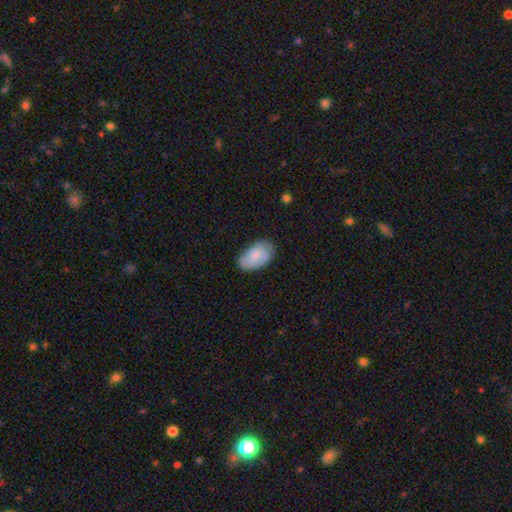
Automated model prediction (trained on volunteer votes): smooth 70%, featured or disk 23%, star or artifact 6%. Down the decision tree: how rounded — in between (94%); merging — none (68%).